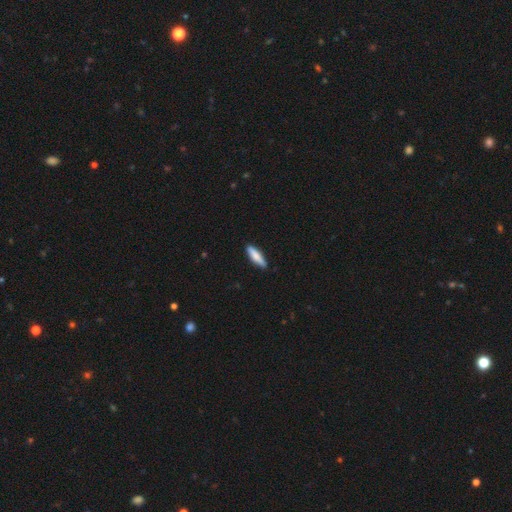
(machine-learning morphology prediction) Overall: smooth (80%). How rounded: cigar-shaped (67%; in between 31%). Merging: none (87%).